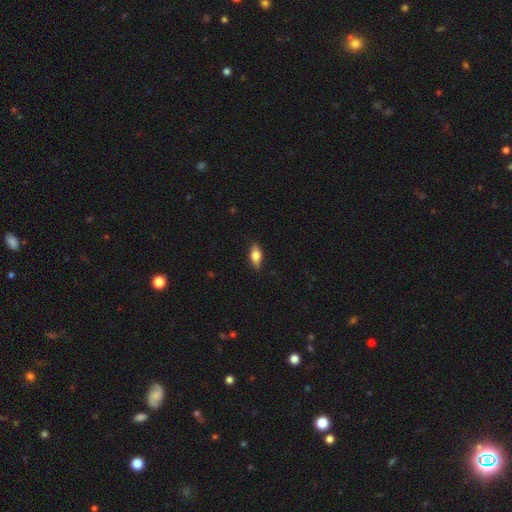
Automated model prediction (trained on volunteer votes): smooth-or-featured: smooth: 72% | featured or disk: 21% | star or artifact: 7%
  how-rounded: in between: 81% | cigar-shaped: 14% | round: 5%
  merging: none: 86% | minor disturbance: 11% | major disturbance: 2% | merger: 1%